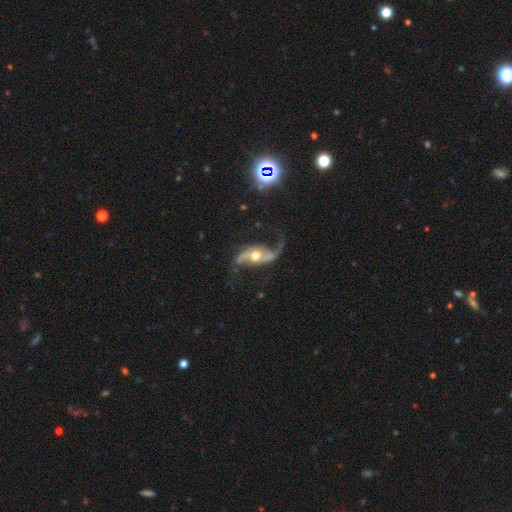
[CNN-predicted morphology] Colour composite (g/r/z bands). It shows a featured or disk galaxy (88%) with no bar (53%), 2 (92%) loose (83%) spiral arms (95%) and a moderate central bulge (74%). Merging: none (62%).